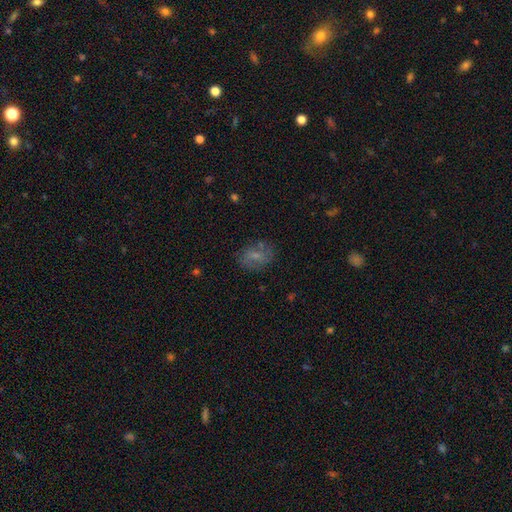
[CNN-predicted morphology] smooth-or-featured: smooth: 62% | featured or disk: 25% | star or artifact: 13%
  how-rounded: in between: 70% | round: 27% | cigar-shaped: 2%
  merging: none: 69% | minor disturbance: 18% | major disturbance: 8% | merger: 4%